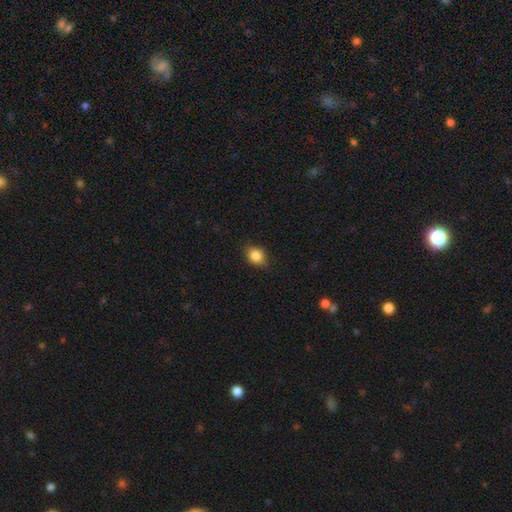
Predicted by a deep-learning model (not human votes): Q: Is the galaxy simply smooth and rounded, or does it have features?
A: smooth — 85%.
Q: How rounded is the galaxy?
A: in between — 57%.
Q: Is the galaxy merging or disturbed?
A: none — 82%.